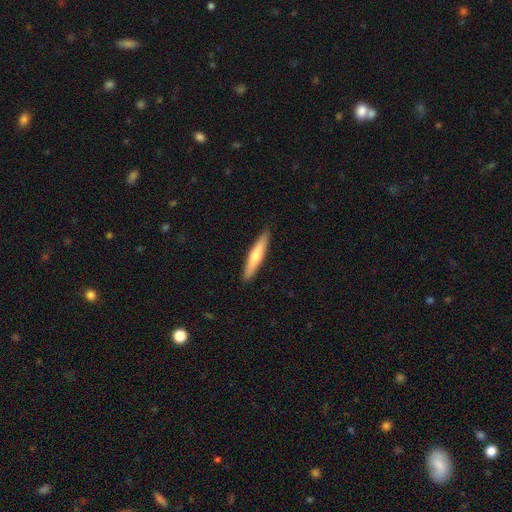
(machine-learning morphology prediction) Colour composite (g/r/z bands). It shows a smooth galaxy with no disk features (62%) that is cigar-shaped (90%). Merging: none (90%).